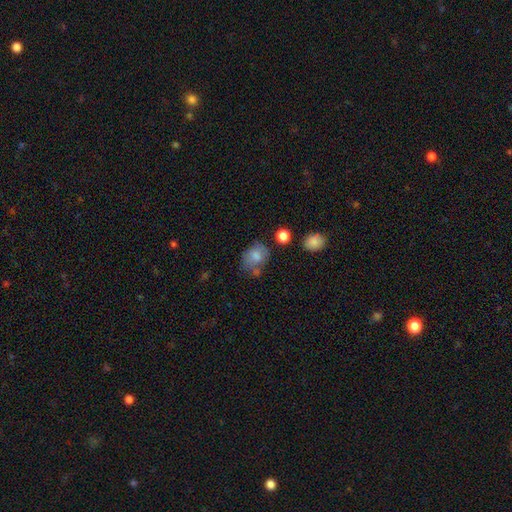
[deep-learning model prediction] Morphology: type=smooth (73%); roundness=in between (50%); merging=none (49%).